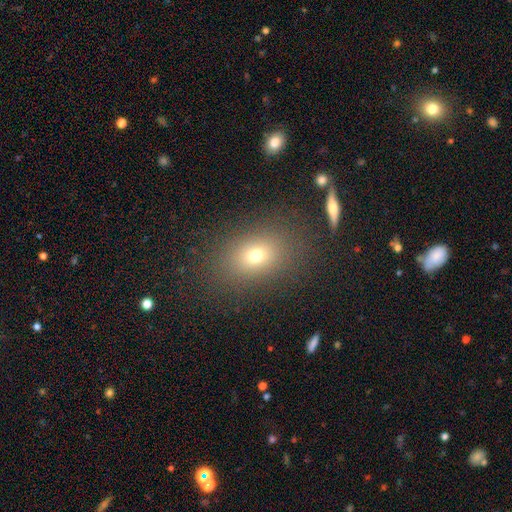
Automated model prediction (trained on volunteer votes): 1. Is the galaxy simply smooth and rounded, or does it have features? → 69% smooth, 17% star or artifact, 14% featured or disk.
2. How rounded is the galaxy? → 66% in between, 32% round, 2% cigar-shaped.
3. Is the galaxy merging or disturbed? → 83% none, 10% minor disturbance, 5% major disturbance, 2% merger.